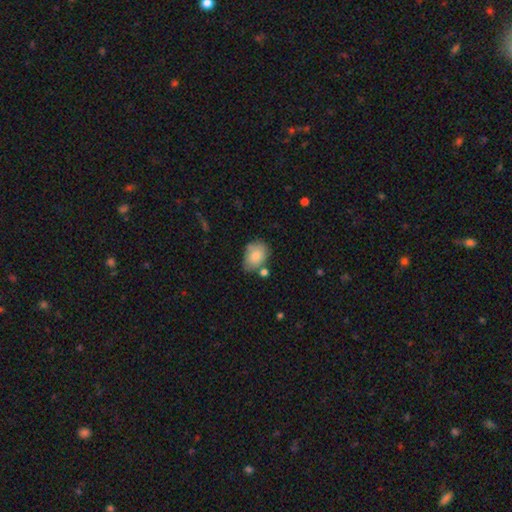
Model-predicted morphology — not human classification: smooth_or_featured: smooth (p=0.82) [alt: featured or disk p=0.11]
how_rounded: in between (p=0.76) [alt: round p=0.23]
merging: none (p=0.56) [alt: minor disturbance p=0.26]